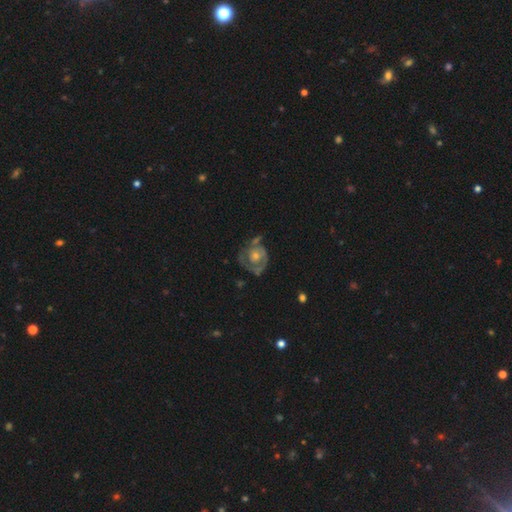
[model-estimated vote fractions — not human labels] Overall: featured or disk (82%). Edge-on disk: no (98%). Bar: no (78%). Spiral arms: yes (89%). Spiral arm count: 2 (54%; can't tell 17%). Spiral winding: tight (59%; medium 32%). Bulge size: moderate (55%; small 36%). Merging: none (61%).